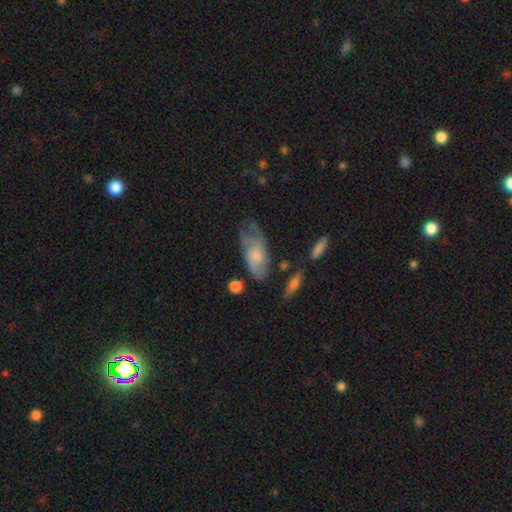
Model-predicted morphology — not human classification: This is possibly a featured or disk galaxy (47%). Merging: marginally none (40%).